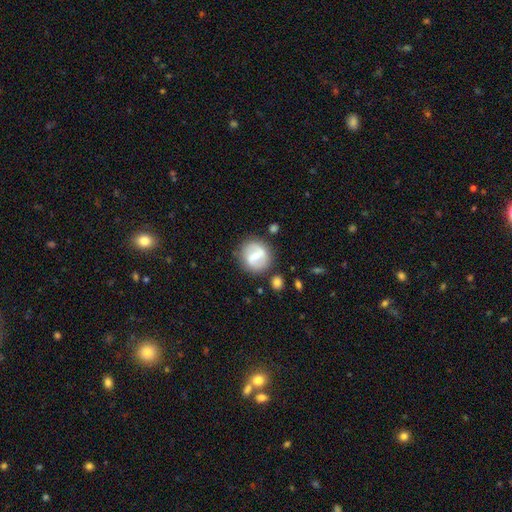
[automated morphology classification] Overall: featured or disk (56%; smooth 37%). Edge-on disk: no (95%). Bar: strong (56%; weak 33%). Spiral arms: yes (56%; no 44%). Bulge size: moderate (40%; small 38%). Merging: none (78%).